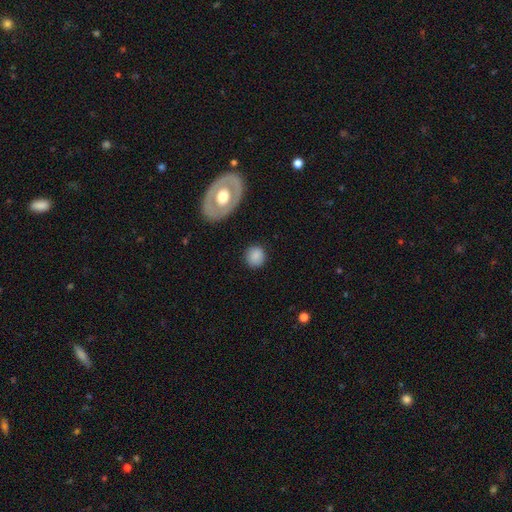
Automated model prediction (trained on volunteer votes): A smooth galaxy with no disk features (81%) that is round (84%). Merging: none (87%).